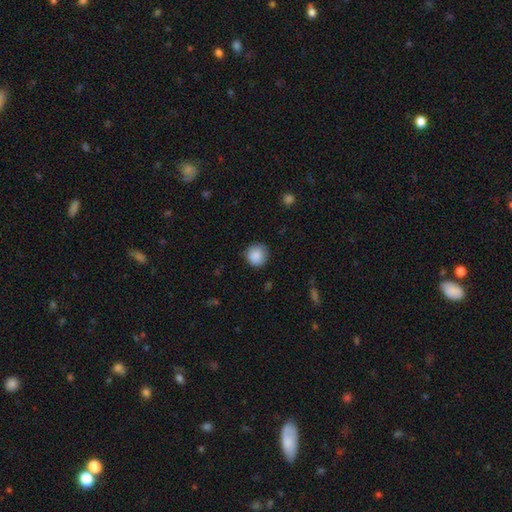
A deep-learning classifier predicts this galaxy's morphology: A smooth galaxy with no disk features (88%) that is round (91%).

Vote fractions:
- Smooth or featured? smooth: 88% / star or artifact: 8% / featured or disk: 4%
- How rounded? round: 91% / in between: 8% / cigar-shaped: 1%
- Merging? none: 83% / minor disturbance: 13% / major disturbance: 3% / merger: 1%